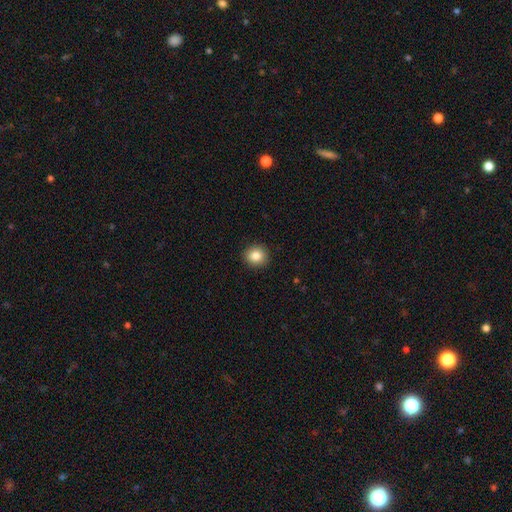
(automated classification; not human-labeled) This is clearly a smooth galaxy (85%). How rounded: clearly round (85%). Merging: clearly none (92%).